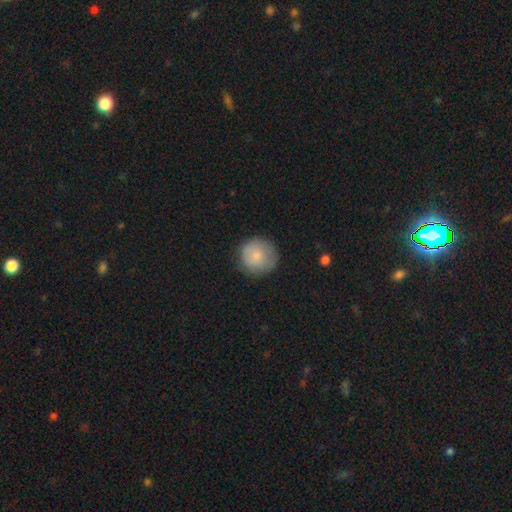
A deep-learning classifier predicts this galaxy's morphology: This appears to be a smooth galaxy with no disk features (79%) that is round (94%). Merging: none (78%).